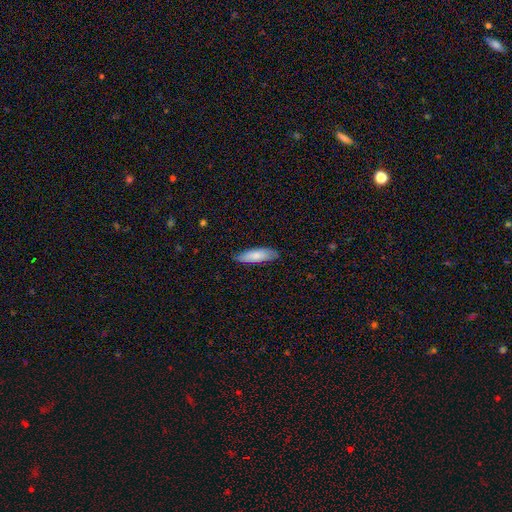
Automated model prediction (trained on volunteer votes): smooth-or-featured: smooth: 78% | featured or disk: 17% | star or artifact: 5%
  how-rounded: in between: 51% | cigar-shaped: 47% | round: 2%
  merging: none: 80% | minor disturbance: 16% | major disturbance: 2% | merger: 1%